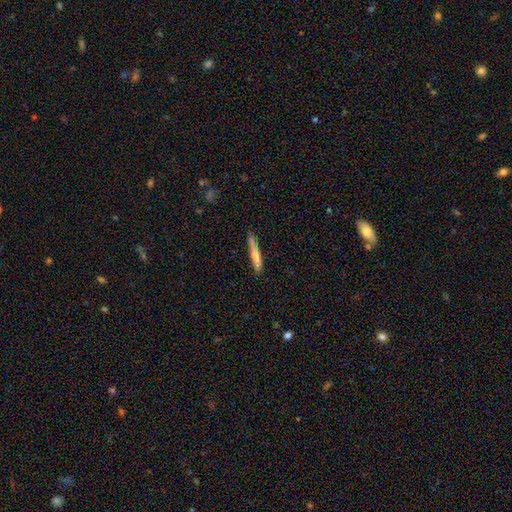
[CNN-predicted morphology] This appears to be a smooth galaxy with no disk features (73%) that is cigar-shaped (94%). Merging: none (77%).